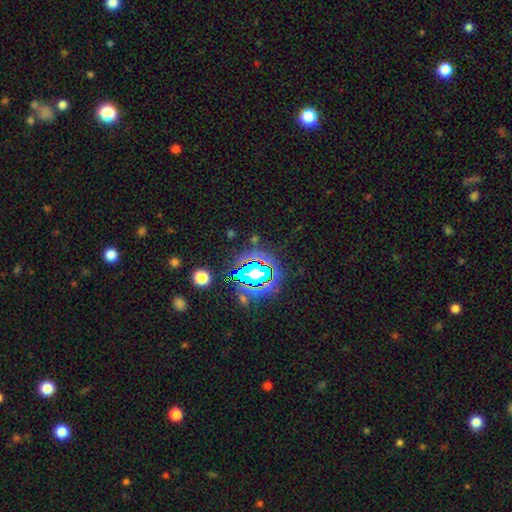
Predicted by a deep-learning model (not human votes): star or artifact 79%, smooth 13%, featured or disk 8%.